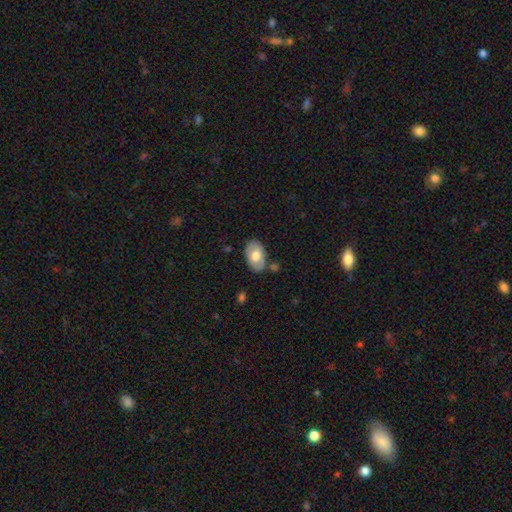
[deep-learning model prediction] The model was most divided on "smooth or featured": smooth: 62%, featured or disk: 32%, star or artifact: 6%. More confident: how rounded — in between (91%); merging — none (76%).